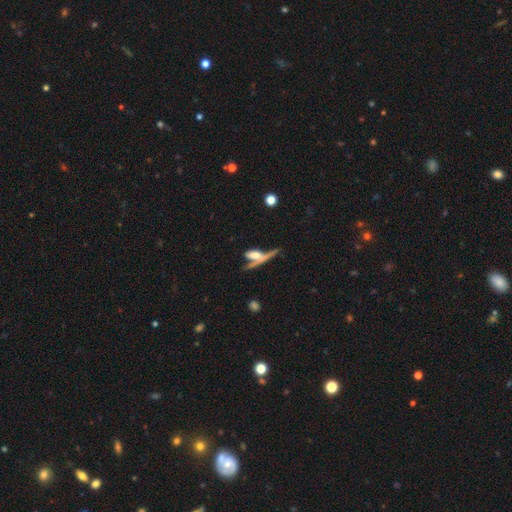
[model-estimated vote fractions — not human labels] This appears to be a featured or disk galaxy (45%). Merging: merger (37%).